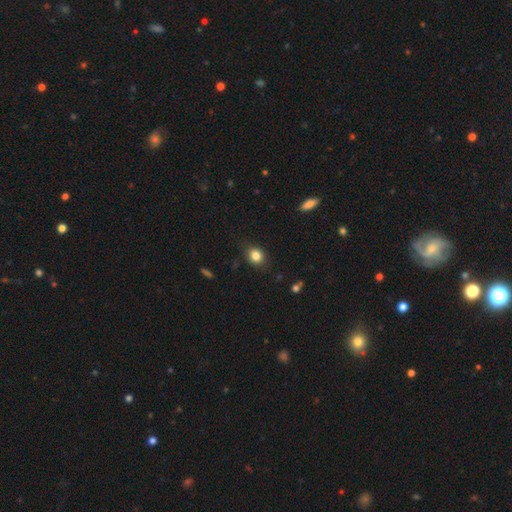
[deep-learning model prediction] Overall: smooth (84%). How rounded: round (63%; in between 36%). Merging: none (84%).